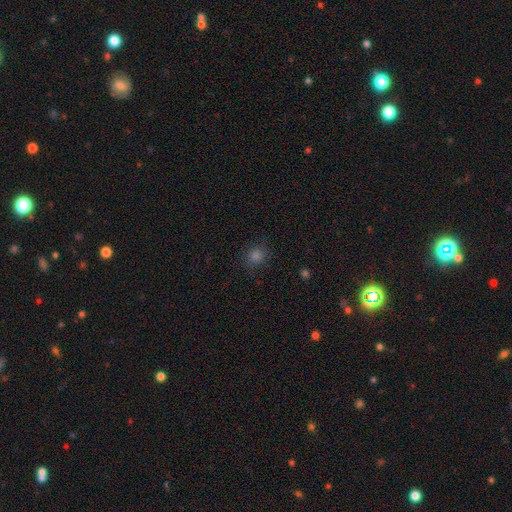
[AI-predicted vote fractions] Q: Smooth or featured?
A: smooth (74%); runner-up: star or artifact (20%)
Q: How rounded?
A: round (81%); runner-up: in between (18%)
Q: Merging?
A: none (86%); runner-up: minor disturbance (9%)